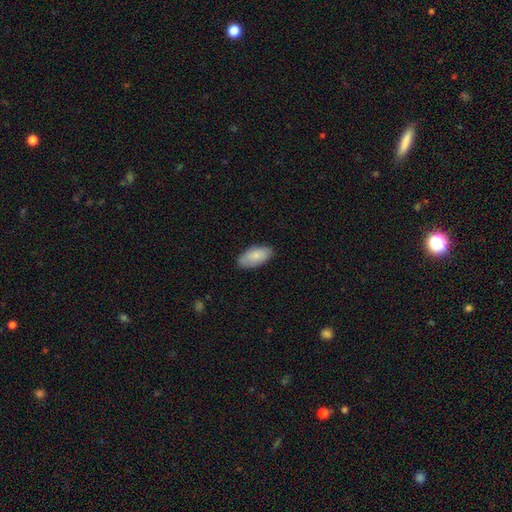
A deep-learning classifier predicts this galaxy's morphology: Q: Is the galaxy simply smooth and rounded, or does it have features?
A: smooth — 83%.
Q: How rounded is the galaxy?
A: in between — 94%.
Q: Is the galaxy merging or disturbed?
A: none — 84%.